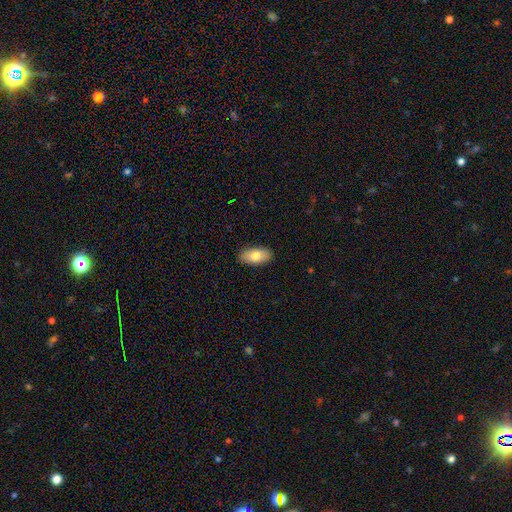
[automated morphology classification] smooth-or-featured: smooth: 80% | featured or disk: 14% | star or artifact: 6%
  how-rounded: in between: 92% | cigar-shaped: 5% | round: 3%
  merging: none: 89% | minor disturbance: 8% | major disturbance: 2% | merger: 1%